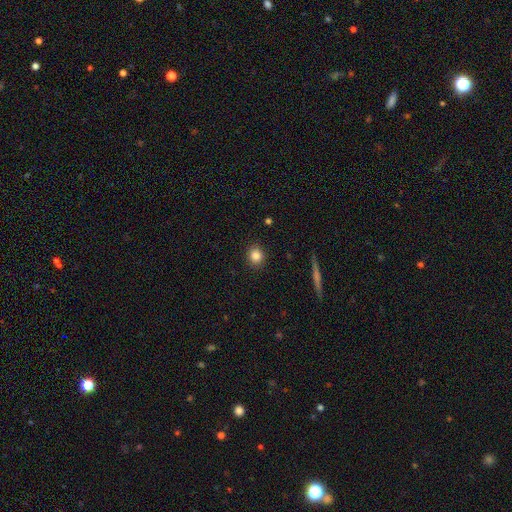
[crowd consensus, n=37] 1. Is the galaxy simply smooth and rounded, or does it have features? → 86% smooth, 11% featured or disk, 3% star or artifact.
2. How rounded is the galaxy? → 88% round, 12% in between, 0% cigar-shaped.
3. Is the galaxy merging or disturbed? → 89% none, 8% minor disturbance, 3% major disturbance, 0% merger.